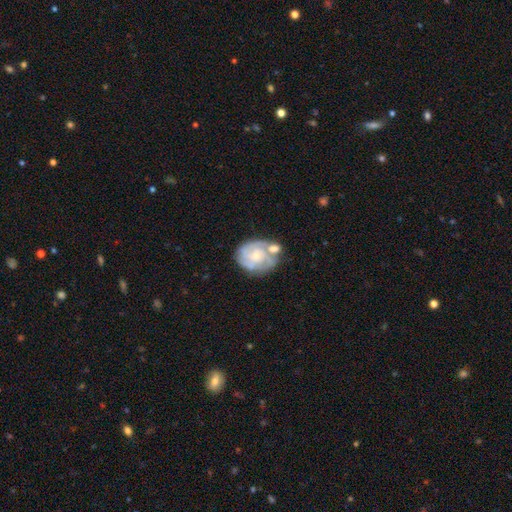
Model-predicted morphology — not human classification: Overall: featured or disk (77%). Edge-on disk: no (98%). Bar: no (73%). Spiral arms: yes (90%). Spiral arm count: can't tell (30%; 3 28%). Spiral winding: tight (64%; medium 28%). Bulge size: small (63%; moderate 31%). Merging: none (48%; merger 24%).